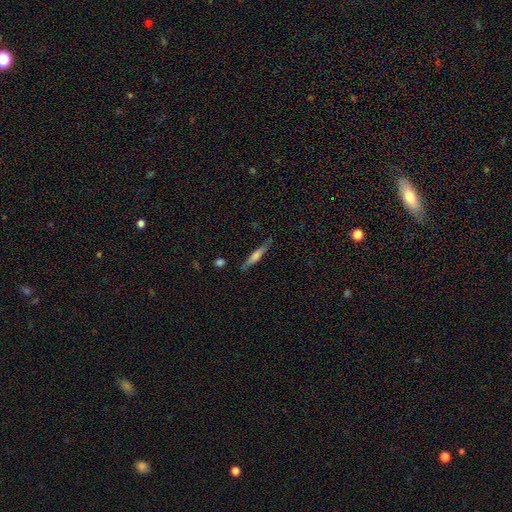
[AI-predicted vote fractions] This appears to be a smooth galaxy with no disk features (53%) that is cigar-shaped (90%). Merging: none (79%).